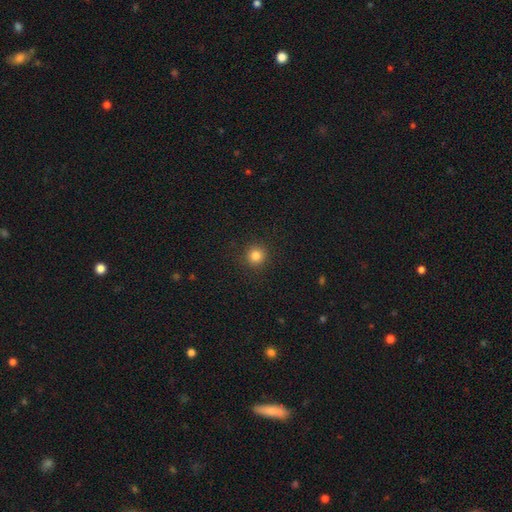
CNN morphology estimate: Smooth or featured: smooth — 83% (star or artifact — 12%)
How rounded: round — 94% (in between — 5%)
Merging: none — 92% (minor disturbance — 5%)